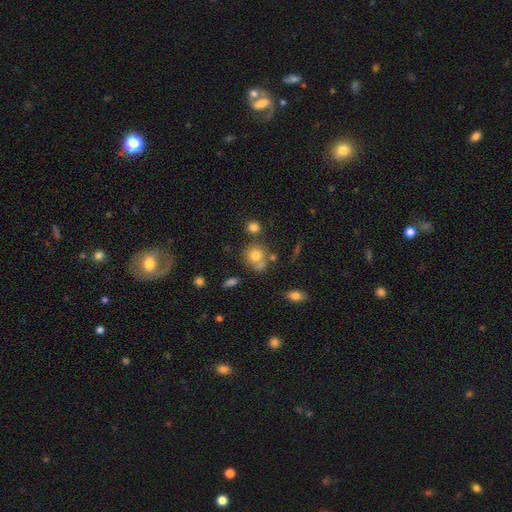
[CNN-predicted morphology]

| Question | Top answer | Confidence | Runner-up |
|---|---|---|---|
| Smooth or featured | smooth | 74% | featured or disk (13%) |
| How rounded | round | 79% | in between (20%) |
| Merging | none | 56% | merger (22%) |